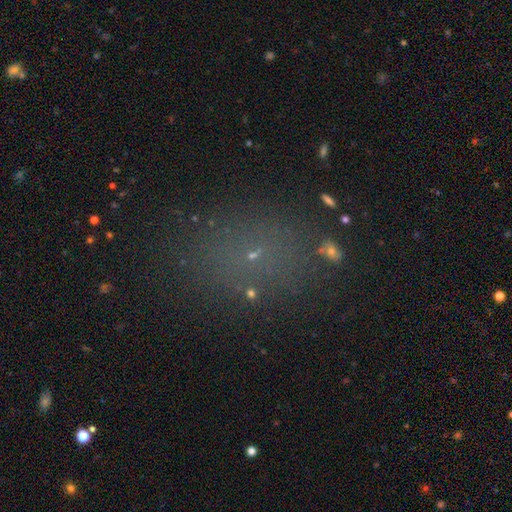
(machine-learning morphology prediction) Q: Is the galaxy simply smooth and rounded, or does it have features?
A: smooth — 49%.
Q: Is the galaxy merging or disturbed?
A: none — 79%.